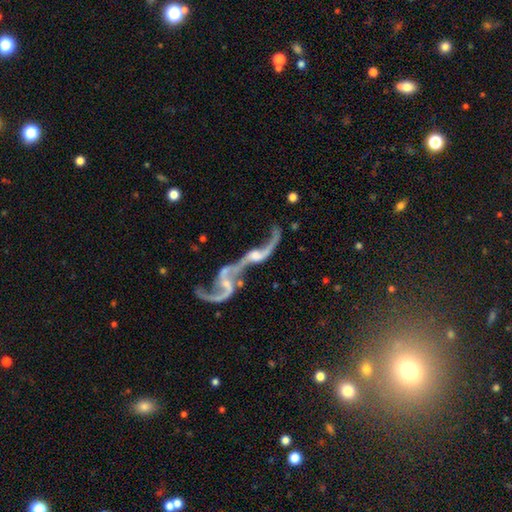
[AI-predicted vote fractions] Smooth or featured?
  - featured or disk: 83% *
  - star or artifact: 9%
  - smooth: 8%
Edge-on disk?
  - no: 89% *
  - yes: 11%
Bar?
  - no: 52% *
  - weak: 34%
  - strong: 14%
Spiral arms?
  - yes: 83% *
  - no: 17%
Spiral winding?
  - loose: 92% *
  - medium: 6%
  - tight: 2%
Spiral arm count?
  - 2: 82% *
  - 1: 10%
  - can't tell: 4%
  - 3: 2%
  - 4: 1%
  - more than 4: 1%
Bulge size?
  - small: 38% *
  - moderate: 29%
  - none: 26%
  - large: 5%
  - dominant: 2%
Merging?
  - merger: 67% *
  - none: 14%
  - major disturbance: 13%
  - minor disturbance: 6%